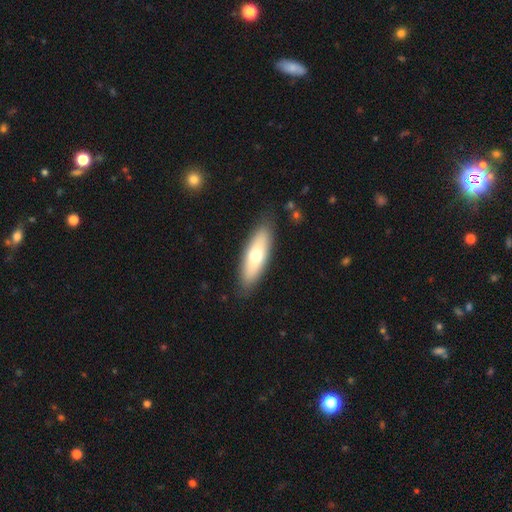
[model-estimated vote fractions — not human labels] A smooth galaxy with no disk features (62%) that is in between round and cigar-shaped (51%). Merging: none (86%).